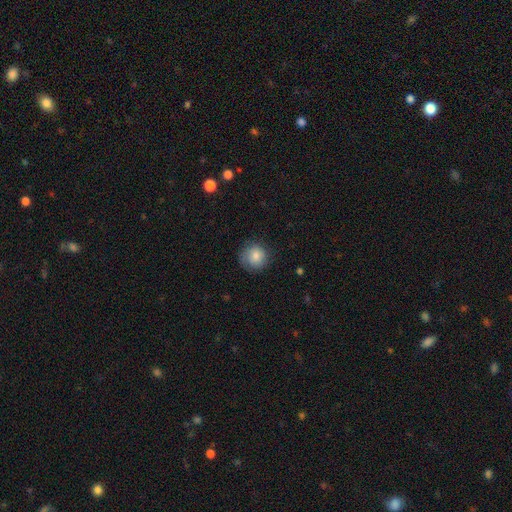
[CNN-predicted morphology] Overall: smooth (79%). How rounded: round (91%). Merging: none (77%).